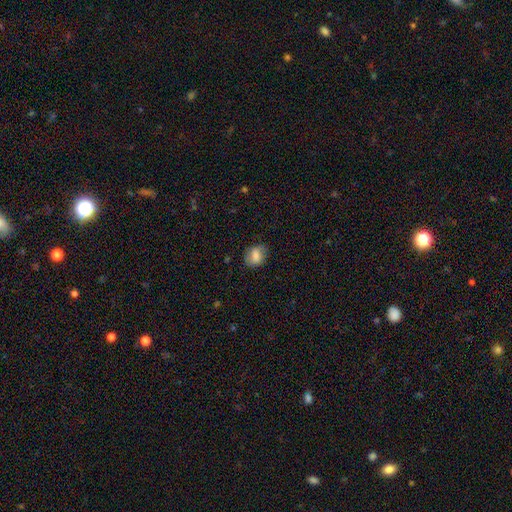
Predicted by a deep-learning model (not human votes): Smooth or featured: smooth — 76% (featured or disk — 15%)
How rounded: in between — 54% (round — 45%)
Merging: none — 71% (minor disturbance — 21%)